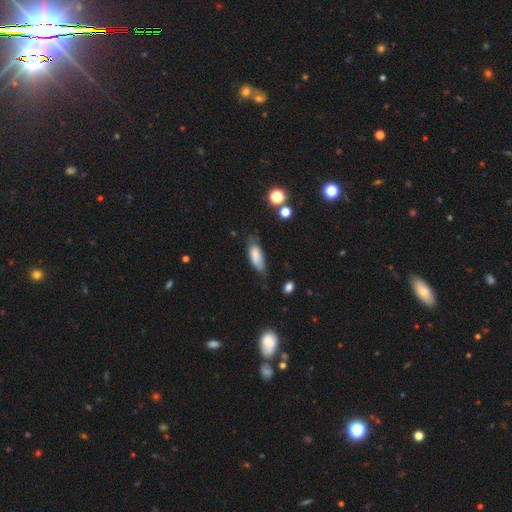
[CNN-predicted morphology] Smooth or featured: smooth — 76% (featured or disk — 16%)
How rounded: in between — 71% (cigar-shaped — 27%)
Merging: none — 51% (minor disturbance — 35%)